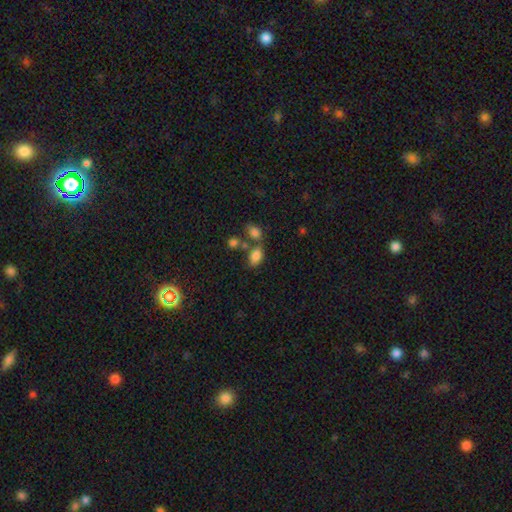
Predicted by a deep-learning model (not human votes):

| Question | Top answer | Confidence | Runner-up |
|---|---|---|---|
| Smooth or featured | smooth | 81% | star or artifact (11%) |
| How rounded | in between | 85% | round (13%) |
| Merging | none | 50% | merger (26%) |